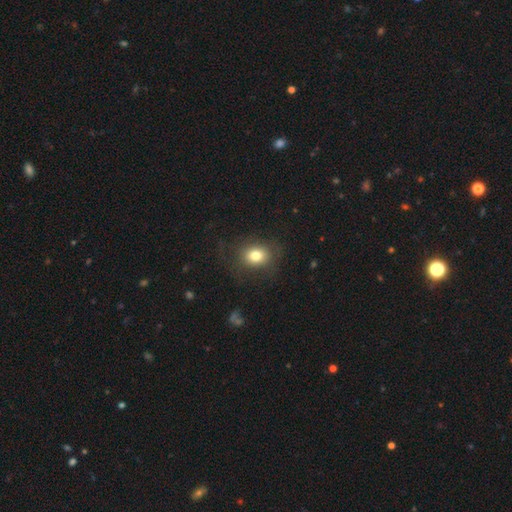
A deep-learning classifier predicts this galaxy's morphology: smooth_or_featured: smooth (p=0.78) [alt: star or artifact p=0.11]
how_rounded: round (p=0.54) [alt: in between p=0.45]
merging: none (p=0.77) [alt: minor disturbance p=0.14]